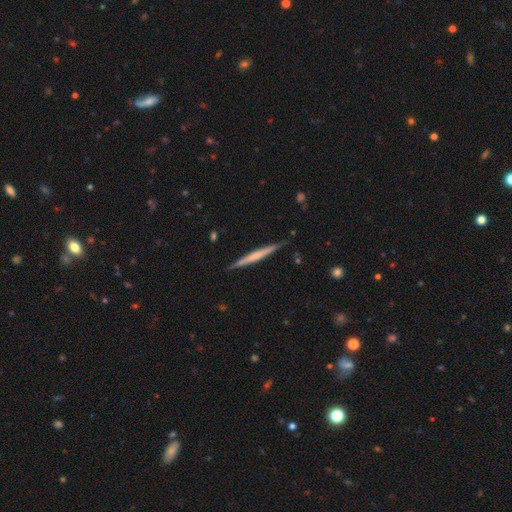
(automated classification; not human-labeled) This is possibly a featured or disk galaxy (52%). It is clearly viewed edge-on (97%). Edge-on bulge: likely none (72%). Merging: clearly none (88%).